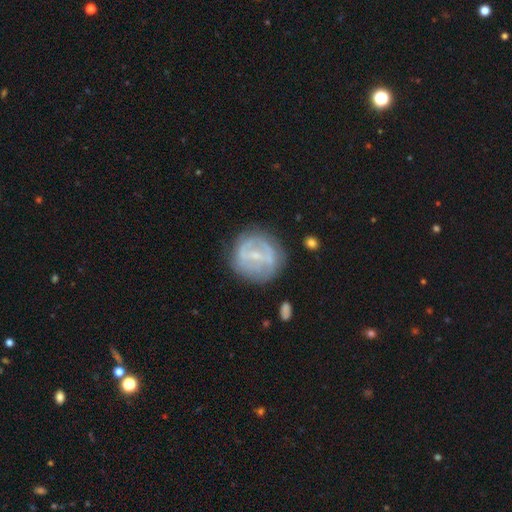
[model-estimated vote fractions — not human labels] This appears to be a featured or disk galaxy (66%) with a weak bar (48%), spiral arms (58%) and a small central bulge (67%). Merging: none (71%).